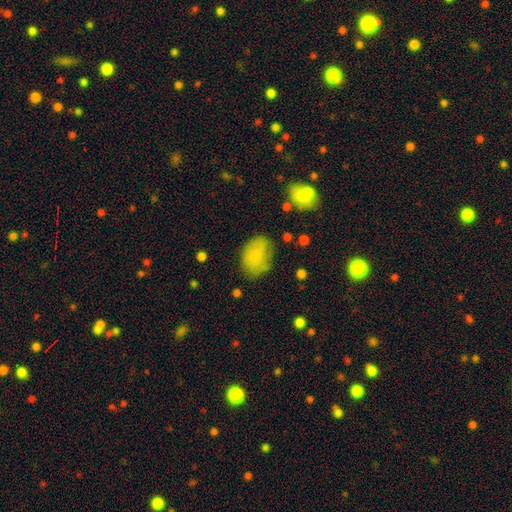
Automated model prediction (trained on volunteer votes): smooth_or_featured: smooth (p=0.78) [alt: featured or disk p=0.13]
how_rounded: in between (p=0.76) [alt: round p=0.23]
merging: none (p=0.70) [alt: minor disturbance p=0.21]